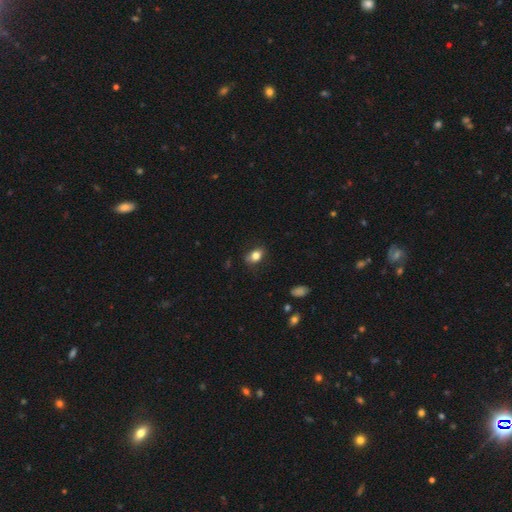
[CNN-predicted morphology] smooth_or_featured: smooth (p=0.80) [alt: featured or disk p=0.11]
how_rounded: in between (p=0.78) [alt: round p=0.20]
merging: none (p=0.76) [alt: minor disturbance p=0.19]